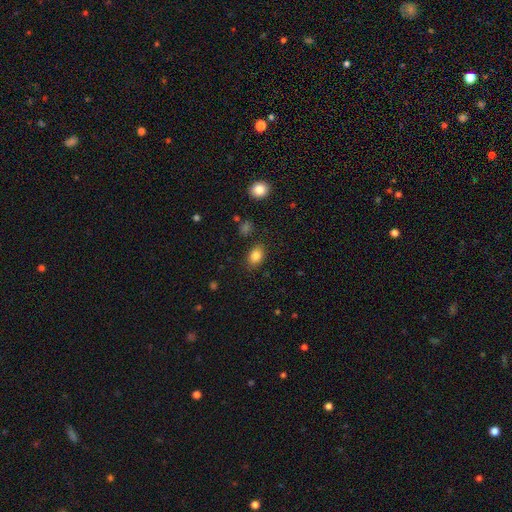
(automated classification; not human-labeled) Smooth or featured? Predicted: smooth (p=0.84). How rounded? Predicted: in between (p=0.78). Merging? Predicted: none (p=0.84).